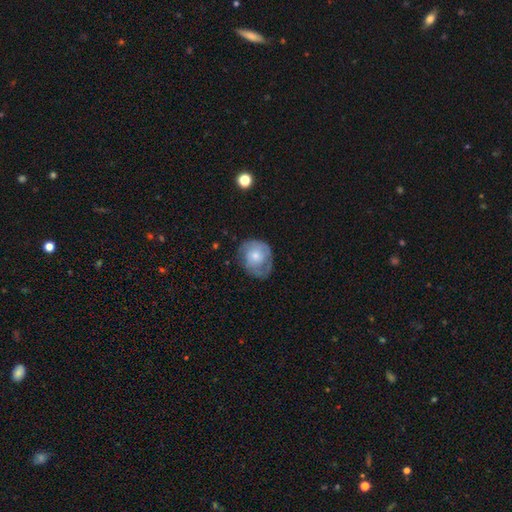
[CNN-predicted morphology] Overall: smooth (47%; featured or disk 46%). Merging: none (58%; minor disturbance 27%).